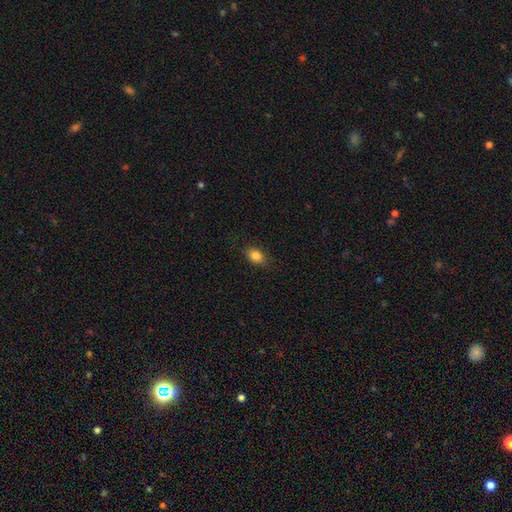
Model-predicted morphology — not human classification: Overall: smooth (84%). How rounded: in between (78%). Merging: none (85%).